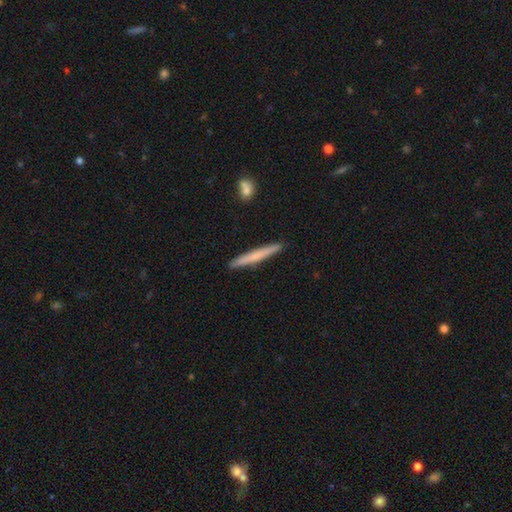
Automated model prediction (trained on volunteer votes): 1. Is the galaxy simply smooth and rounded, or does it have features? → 61% smooth, 33% featured or disk, 6% star or artifact.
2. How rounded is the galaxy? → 97% cigar-shaped, 2% in between, 1% round.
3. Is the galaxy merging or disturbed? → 91% none, 6% minor disturbance, 1% merger, 1% major disturbance.